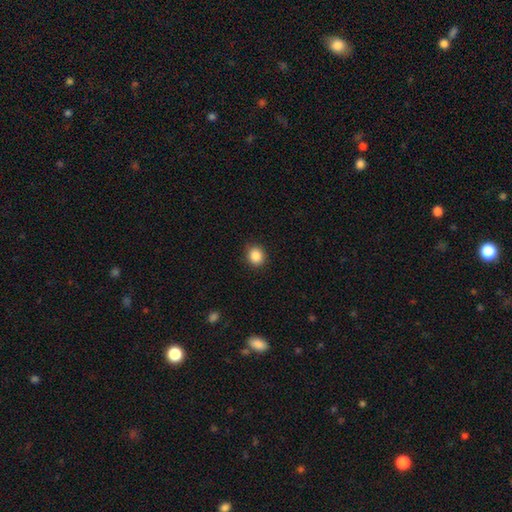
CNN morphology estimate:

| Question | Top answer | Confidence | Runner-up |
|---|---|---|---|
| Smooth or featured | smooth | 87% | star or artifact (10%) |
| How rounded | round | 77% | in between (23%) |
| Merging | none | 89% | minor disturbance (8%) |